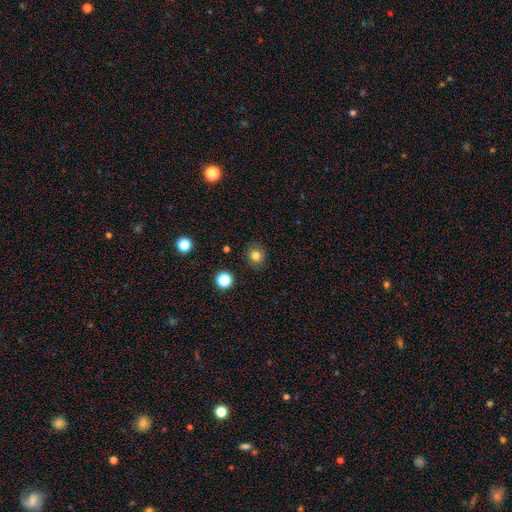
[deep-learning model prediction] Smooth or featured?
  - smooth: 80% *
  - star or artifact: 13%
  - featured or disk: 6%
How rounded?
  - round: 86% *
  - in between: 13%
  - cigar-shaped: 1%
Merging?
  - none: 88% *
  - minor disturbance: 8%
  - major disturbance: 2%
  - merger: 1%